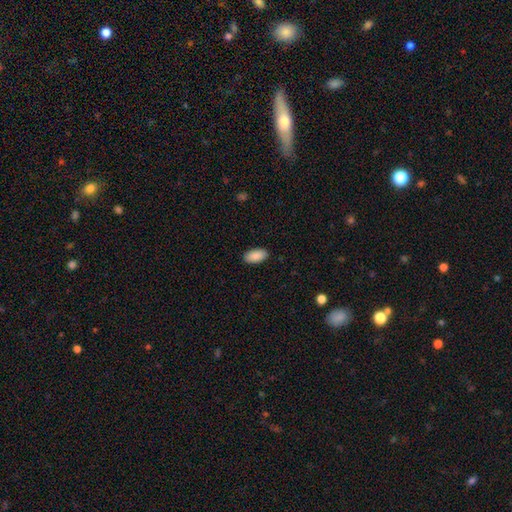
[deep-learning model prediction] Smooth or featured?
  - smooth: 90% *
  - star or artifact: 6%
  - featured or disk: 3%
How rounded?
  - in between: 94% *
  - cigar-shaped: 4%
  - round: 2%
Merging?
  - none: 90% *
  - minor disturbance: 8%
  - major disturbance: 2%
  - merger: 1%